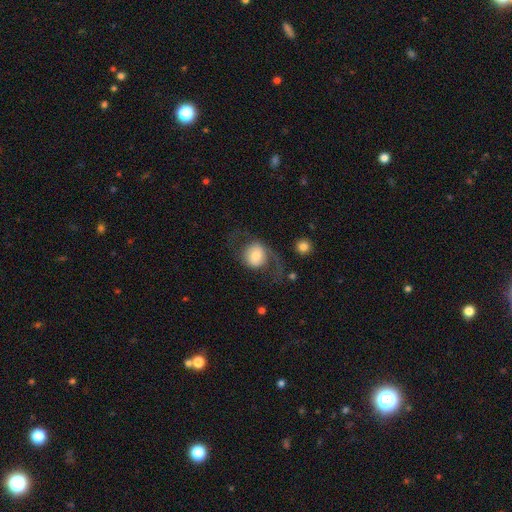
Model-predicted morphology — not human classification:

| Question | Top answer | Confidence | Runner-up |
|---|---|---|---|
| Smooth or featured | smooth | 55% | featured or disk (38%) |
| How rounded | round | 76% | in between (23%) |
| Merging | none | 45% | major disturbance (33%) |